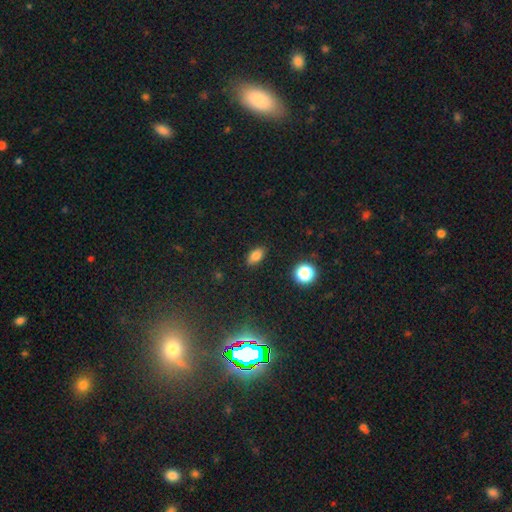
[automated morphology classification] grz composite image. It shows a smooth galaxy with no disk features (80%) that is in between round and cigar-shaped (87%). Merging: none (87%).